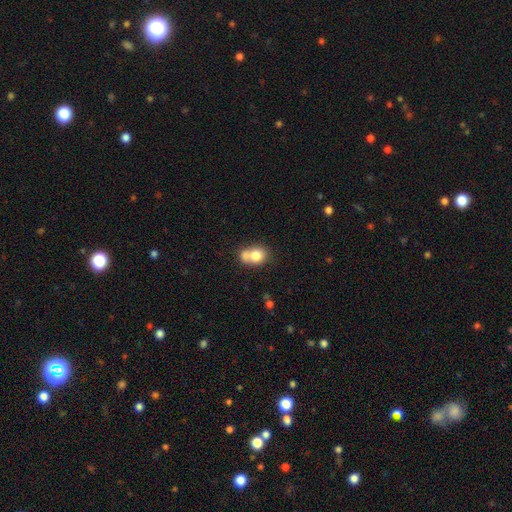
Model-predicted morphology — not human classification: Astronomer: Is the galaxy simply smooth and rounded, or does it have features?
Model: smooth — 75%.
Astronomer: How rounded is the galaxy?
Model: round — 54% (runner-up: in between, 45%).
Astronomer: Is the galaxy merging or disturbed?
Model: merger — 54% (runner-up: none, 29%).